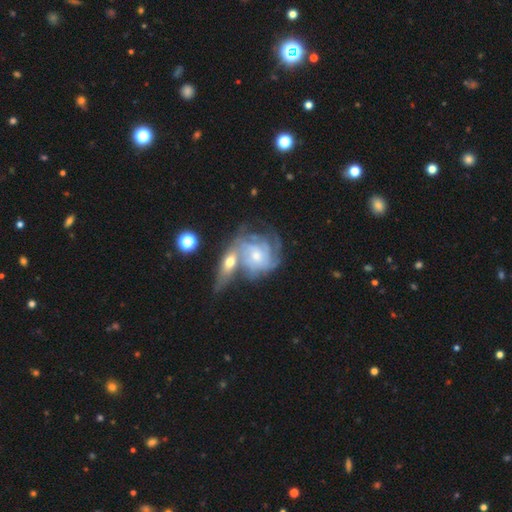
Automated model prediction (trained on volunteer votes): This appears to be a featured or disk galaxy (81%) with no bar (66%), tight (65%) spiral arms (94%) and a small central bulge (57%). Merging: merger (45%).